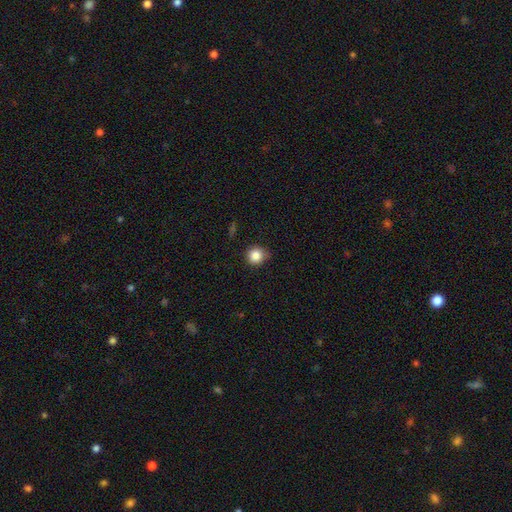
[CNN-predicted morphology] Q: Smooth or featured?
A: smooth (85%); runner-up: star or artifact (11%)
Q: How rounded?
A: round (91%); runner-up: in between (8%)
Q: Merging?
A: none (80%); runner-up: minor disturbance (16%)